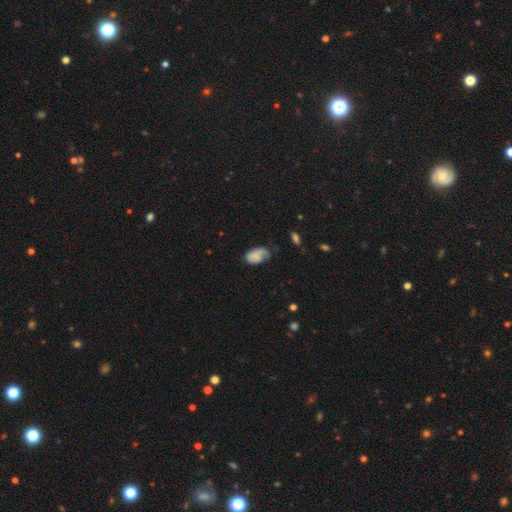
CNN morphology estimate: smooth 65%, featured or disk 26%, star or artifact 9%. Down the decision tree: how rounded — in between (91%); merging — none (40%).